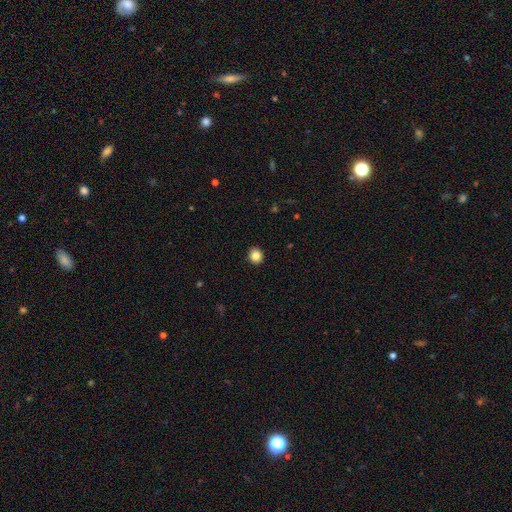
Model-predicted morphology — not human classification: The model was most divided on "how rounded": round: 79%, in between: 20%, cigar-shaped: 1%. More confident: merging — none (91%); smooth or featured — smooth (86%).